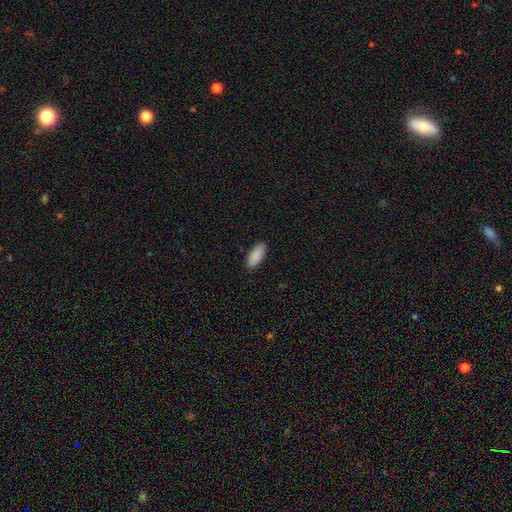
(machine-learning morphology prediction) This is clearly a smooth galaxy (91%). How rounded: clearly in between (86%). Merging: clearly none (88%).